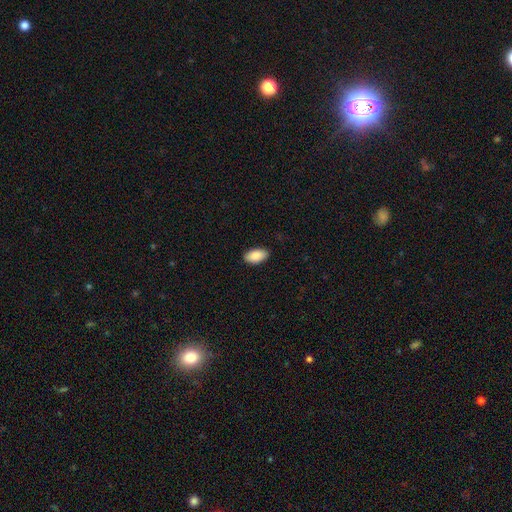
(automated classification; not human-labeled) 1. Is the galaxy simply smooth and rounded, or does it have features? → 88% smooth, 6% star or artifact, 5% featured or disk.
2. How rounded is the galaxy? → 94% in between, 3% cigar-shaped, 3% round.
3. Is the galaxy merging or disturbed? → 89% none, 8% minor disturbance, 2% major disturbance, 1% merger.